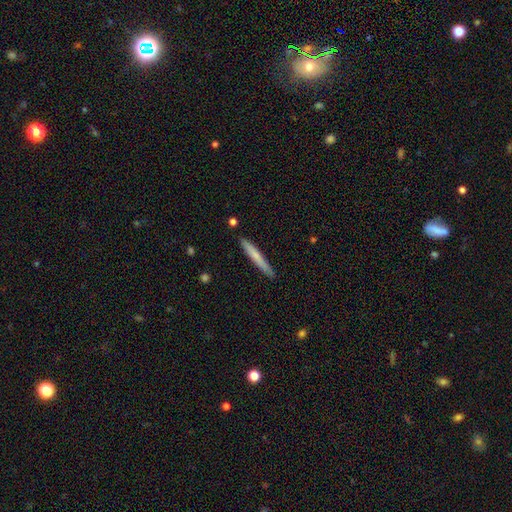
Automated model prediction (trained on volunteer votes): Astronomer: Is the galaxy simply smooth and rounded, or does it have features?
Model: smooth — 69%.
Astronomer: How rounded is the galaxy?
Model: cigar-shaped — 96%.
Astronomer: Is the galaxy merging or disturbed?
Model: none — 88%.